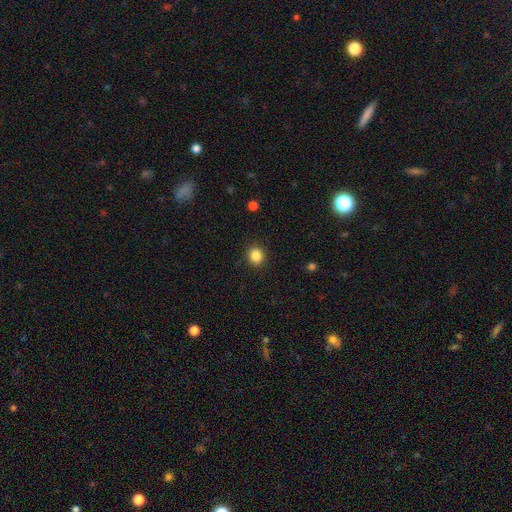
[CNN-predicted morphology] Smooth or featured?
  - smooth: 85% *
  - star or artifact: 11%
  - featured or disk: 4%
How rounded?
  - round: 88% *
  - in between: 12%
  - cigar-shaped: 1%
Merging?
  - none: 91% *
  - minor disturbance: 6%
  - major disturbance: 2%
  - merger: 1%